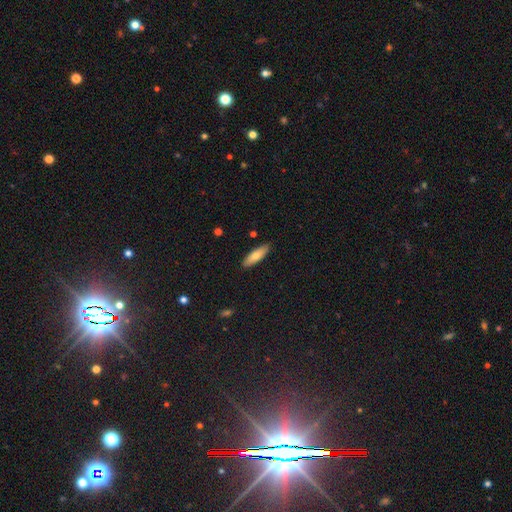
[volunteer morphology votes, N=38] Overall: smooth (71%). How rounded: in between (52%; cigar-shaped 48%). Merging: none (75%).